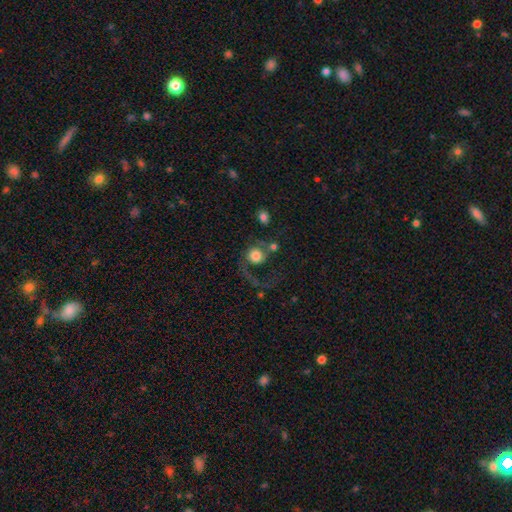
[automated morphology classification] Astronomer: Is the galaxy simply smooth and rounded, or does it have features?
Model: smooth — 51% (runner-up: featured or disk, 41%).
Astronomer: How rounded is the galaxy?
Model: round — 84%.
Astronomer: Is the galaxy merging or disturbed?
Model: major disturbance — 40% (runner-up: none, 32%).